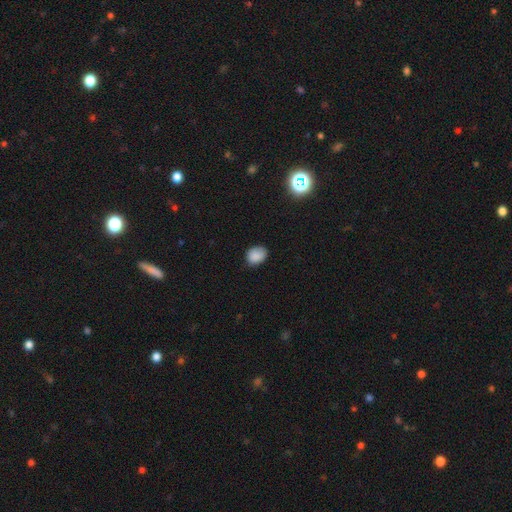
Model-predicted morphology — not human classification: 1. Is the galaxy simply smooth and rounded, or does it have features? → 86% smooth, 10% star or artifact, 5% featured or disk.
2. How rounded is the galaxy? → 59% in between, 40% round, 1% cigar-shaped.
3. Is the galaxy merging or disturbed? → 69% none, 26% minor disturbance, 4% major disturbance, 1% merger.